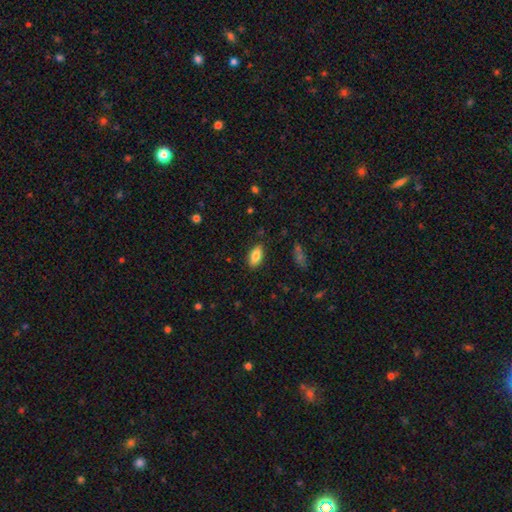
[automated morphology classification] smooth 85%, featured or disk 8%, star or artifact 7%. Down the decision tree: how rounded — in between (90%); merging — none (86%).